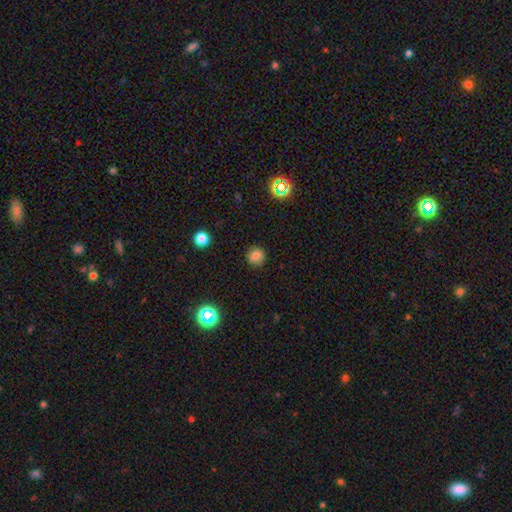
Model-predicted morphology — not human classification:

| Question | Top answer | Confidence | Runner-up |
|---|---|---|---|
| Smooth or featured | smooth | 79% | star or artifact (15%) |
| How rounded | round | 91% | in between (8%) |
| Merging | none | 89% | minor disturbance (8%) |